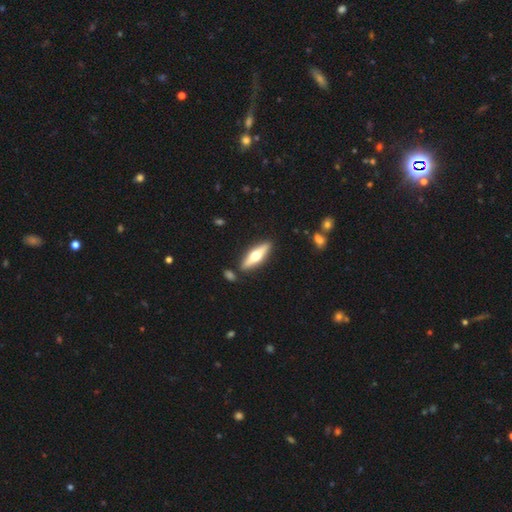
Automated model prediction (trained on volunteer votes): The model was most divided on "smooth or featured": featured or disk: 57%, smooth: 38%, star or artifact: 5%. More confident: edge-on bulge — rounded (95%); edge-on disk — yes (92%); merging — none (87%).